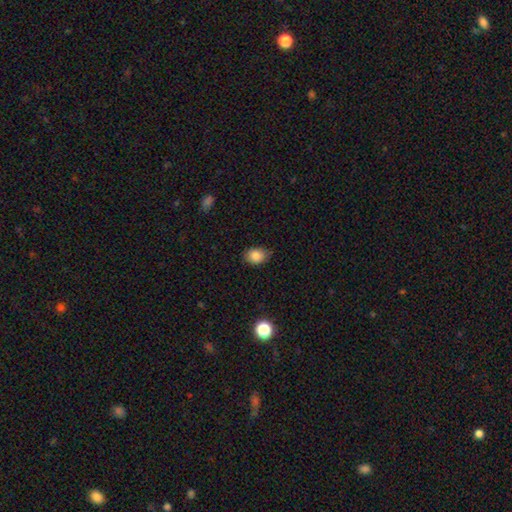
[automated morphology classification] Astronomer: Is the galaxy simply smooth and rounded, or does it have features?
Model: smooth — 84%.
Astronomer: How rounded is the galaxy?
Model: in between — 59% (runner-up: round, 40%).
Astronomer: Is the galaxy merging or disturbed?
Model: none — 72%.